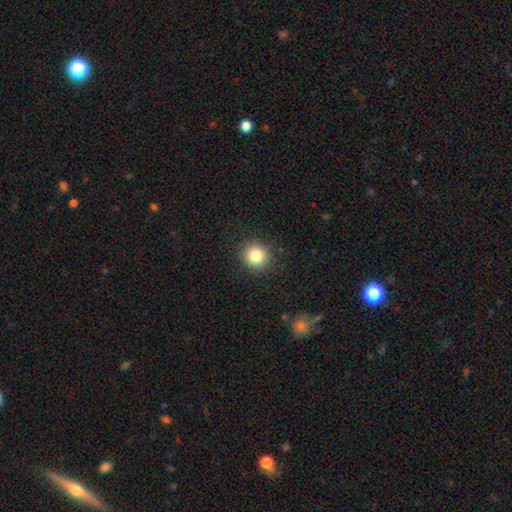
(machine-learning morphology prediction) The model was most divided on "smooth or featured": smooth: 84%, star or artifact: 11%, featured or disk: 5%. More confident: how rounded — round (92%); merging — none (90%).